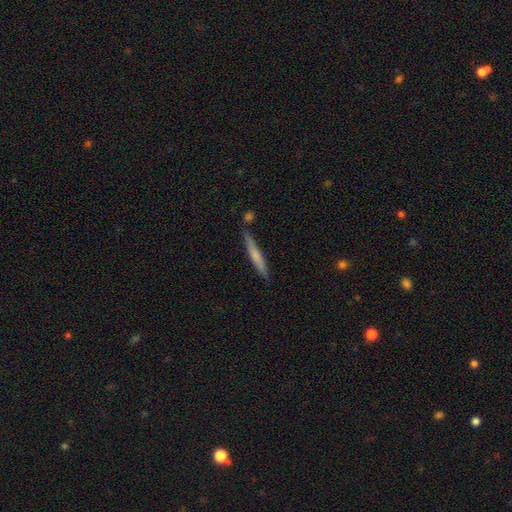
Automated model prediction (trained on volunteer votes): smooth_or_featured: smooth (p=0.61) [alt: featured or disk p=0.33]
how_rounded: cigar-shaped (p=0.95) [alt: in between p=0.04]
merging: none (p=0.81) [alt: minor disturbance p=0.12]